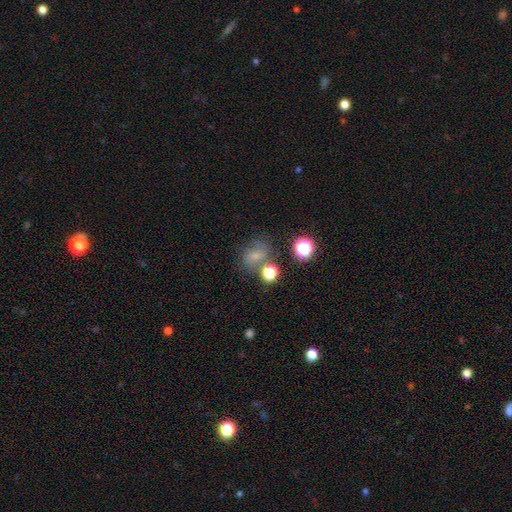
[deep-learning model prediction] A smooth galaxy with no disk features (55%) that is round (59%). Merging: none (56%).